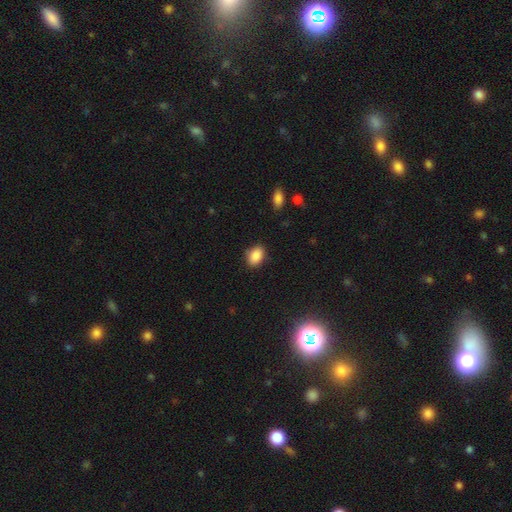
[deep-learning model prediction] Smooth or featured: smooth — 88% (star or artifact — 8%)
How rounded: in between — 82% (round — 17%)
Merging: none — 84% (minor disturbance — 12%)